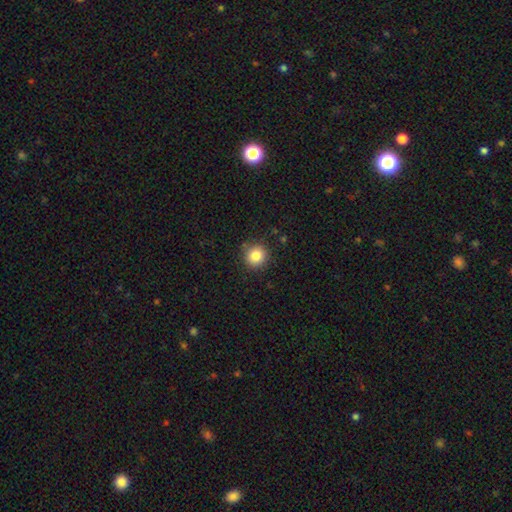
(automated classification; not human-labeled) A smooth galaxy with no disk features (84%) that is round (92%).

Vote fractions:
- Smooth or featured? smooth: 84% / star or artifact: 11% / featured or disk: 5%
- How rounded? round: 92% / in between: 7% / cigar-shaped: 1%
- Merging? none: 87% / minor disturbance: 10% / major disturbance: 2% / merger: 1%